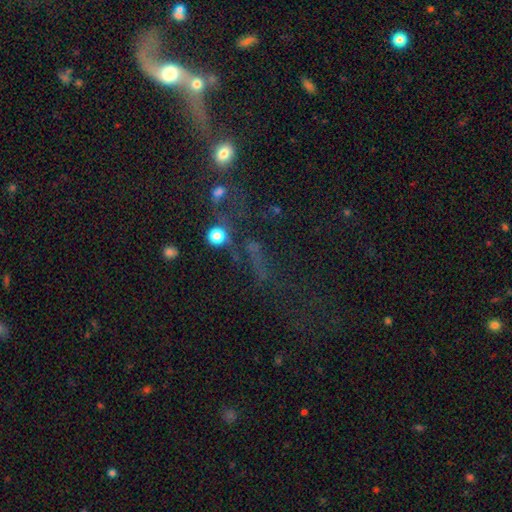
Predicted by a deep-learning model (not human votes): A star or artifact, not a galaxy (43%).

Vote fractions:
- Smooth or featured? star or artifact: 43% / featured or disk: 33% / smooth: 24%